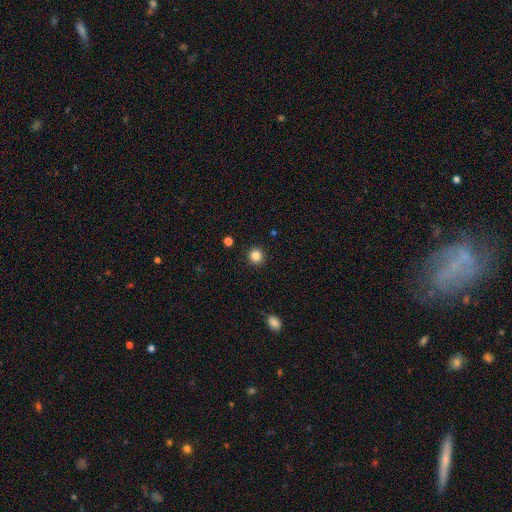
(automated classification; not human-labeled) A smooth galaxy with no disk features (84%) that is round (94%). Merging: none (92%).